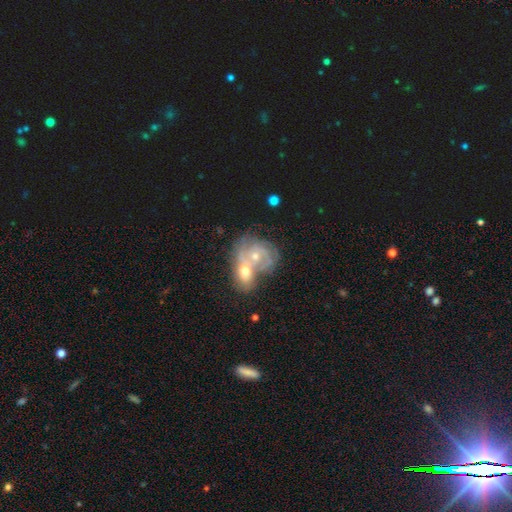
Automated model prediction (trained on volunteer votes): featured or disk 79%, smooth 14%, star or artifact 7%. Down the decision tree: edge-on disk — no (97%); bar — no (66%); spiral arms — yes (92%); spiral arm count — 2 (37%); spiral winding — tight (58%); bulge size — small (50%); merging — merger (61%).